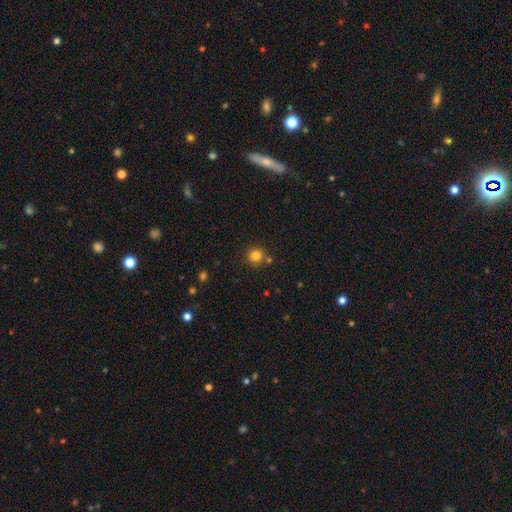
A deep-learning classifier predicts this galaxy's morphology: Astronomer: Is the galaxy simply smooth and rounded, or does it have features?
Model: smooth — 81%.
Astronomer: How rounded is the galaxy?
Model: round — 93%.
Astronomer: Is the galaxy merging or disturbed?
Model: none — 79%.